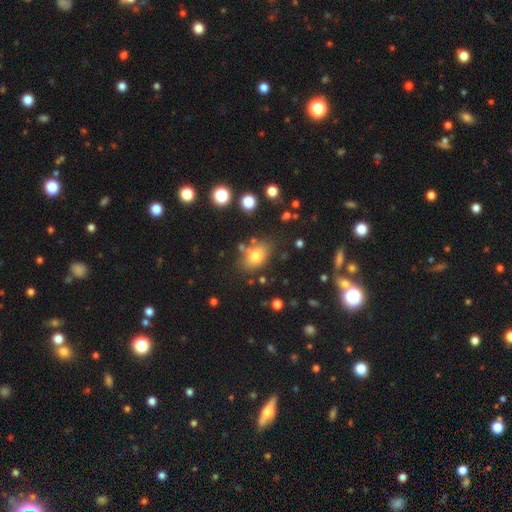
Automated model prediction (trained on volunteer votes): This appears to be a smooth galaxy with no disk features (76%) that is in between round and cigar-shaped (77%). Merging: none (74%).